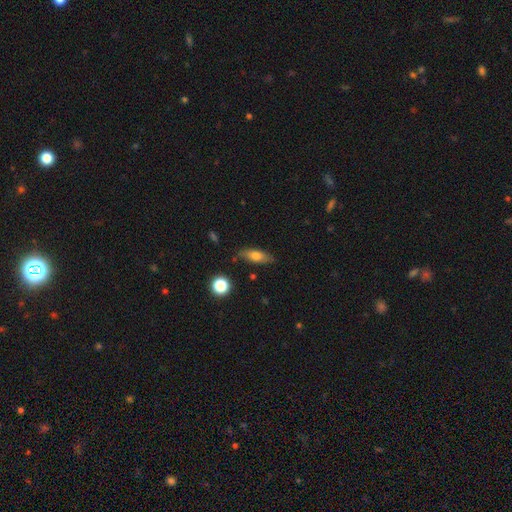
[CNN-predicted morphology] The model was most divided on "how rounded": in between: 64%, cigar-shaped: 31%, round: 5%. More confident: merging — none (79%); smooth or featured — smooth (65%).